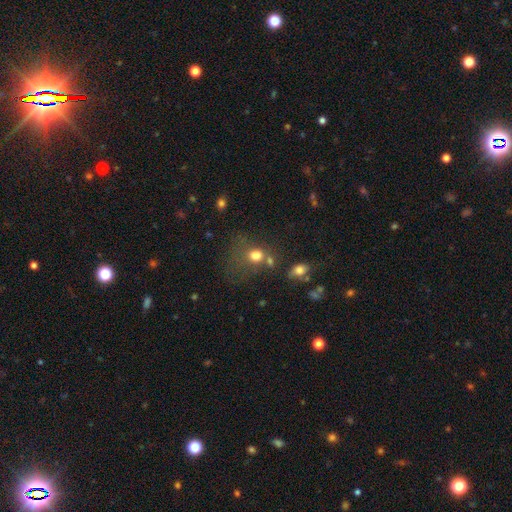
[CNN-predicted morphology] This is likely a smooth galaxy (75%). How rounded: possibly round (59%). Merging: marginally none (41%).